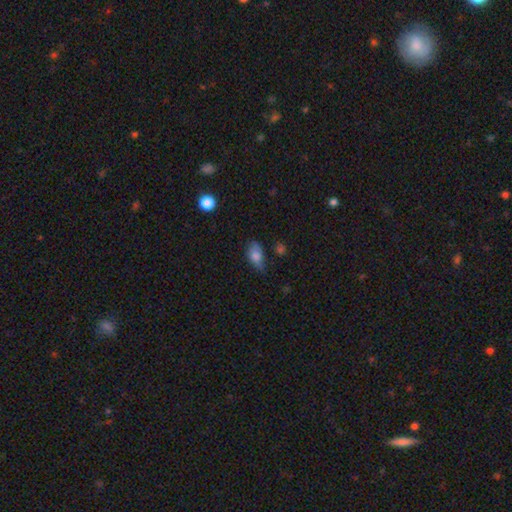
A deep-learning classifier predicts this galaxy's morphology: Smooth or featured? smooth (74%)
How rounded? in between (86%)
Merging? none (50%)